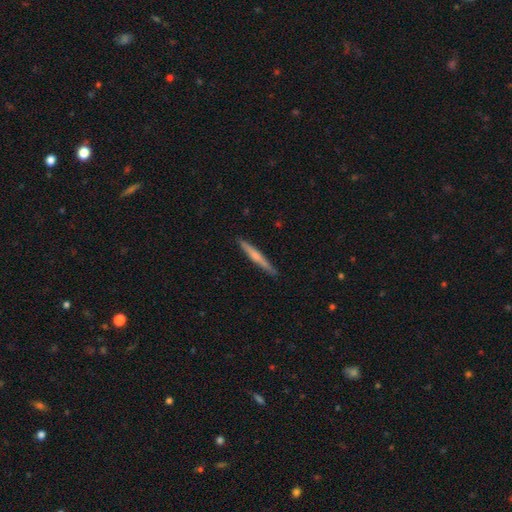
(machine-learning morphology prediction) type=smooth (49%); merging=none (90%).